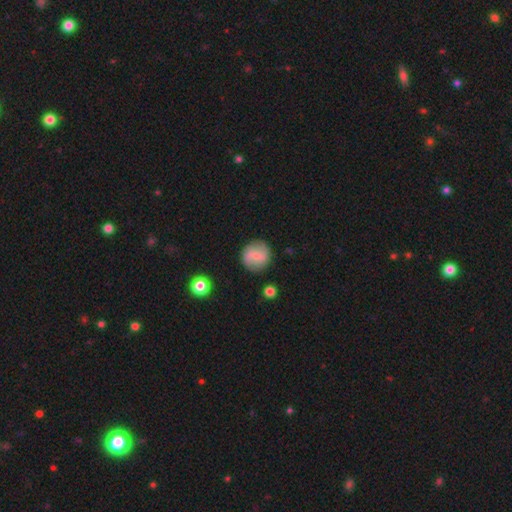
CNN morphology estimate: type=smooth (57%); roundness=round (89%); merging=none (85%).